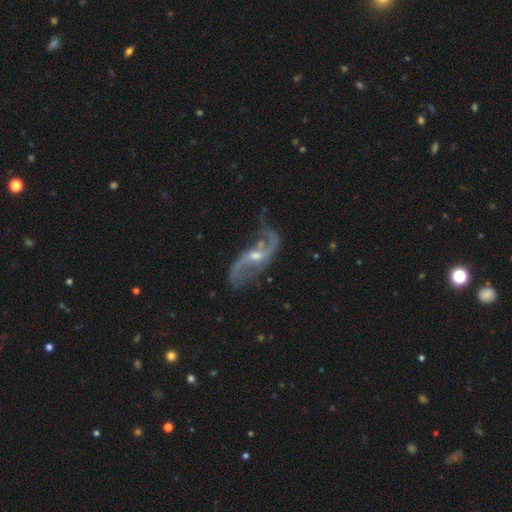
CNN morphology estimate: smooth_or_featured: featured or disk (p=0.90) [alt: star or artifact p=0.05]
disk_edge_on: no (p=0.96) [alt: yes p=0.04]
bar: weak (p=0.46) [alt: no p=0.33]
has_spiral_arms: yes (p=0.96) [alt: no p=0.04]
spiral_winding: loose (p=0.81) [alt: medium p=0.15]
spiral_arm_count: 2 (p=0.92) [alt: can't tell p=0.02]
bulge_size: small (p=0.51) [alt: moderate p=0.44]
merging: none (p=0.66) [alt: minor disturbance p=0.19]